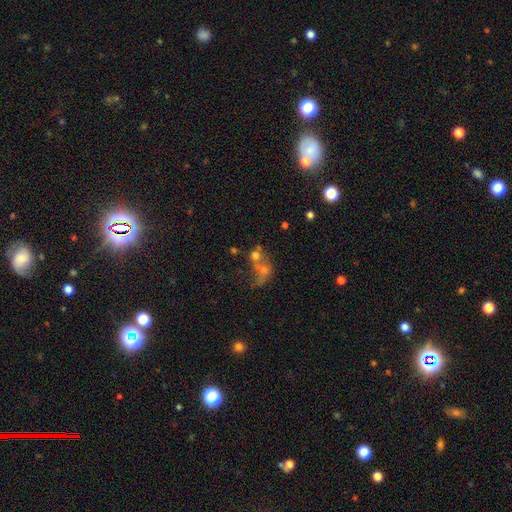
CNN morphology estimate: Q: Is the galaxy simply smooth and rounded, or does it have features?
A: smooth — 40%.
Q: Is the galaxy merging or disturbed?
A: merger — 49%.